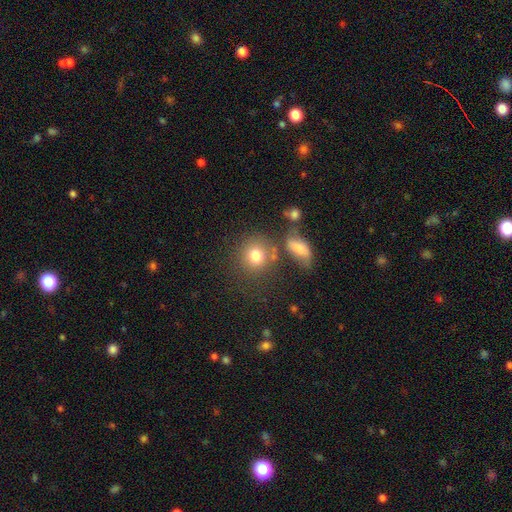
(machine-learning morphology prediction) A smooth galaxy with no disk features (78%) that is round (82%).

Vote fractions:
- Smooth or featured? smooth: 78% / star or artifact: 12% / featured or disk: 11%
- How rounded? round: 82% / in between: 17% / cigar-shaped: 1%
- Merging? none: 64% / merger: 17% / minor disturbance: 13% / major disturbance: 7%